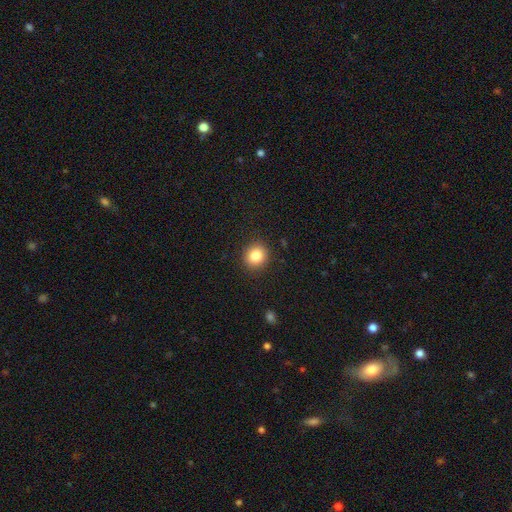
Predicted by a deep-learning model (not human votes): A smooth galaxy with no disk features (84%) that is round (85%).

Vote fractions:
- Smooth or featured? smooth: 84% / star or artifact: 10% / featured or disk: 6%
- How rounded? round: 85% / in between: 15% / cigar-shaped: 1%
- Merging? none: 91% / minor disturbance: 6% / major disturbance: 2% / merger: 1%